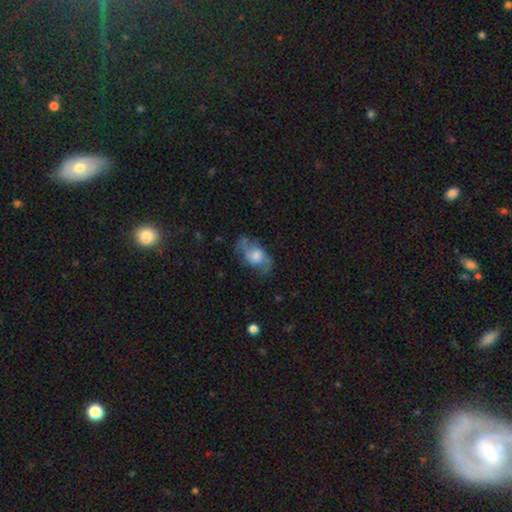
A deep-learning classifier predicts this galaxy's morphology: Q: Smooth or featured?
A: featured or disk (46%); tied with: smooth (46%)
Q: Merging?
A: none (56%); runner-up: minor disturbance (25%)